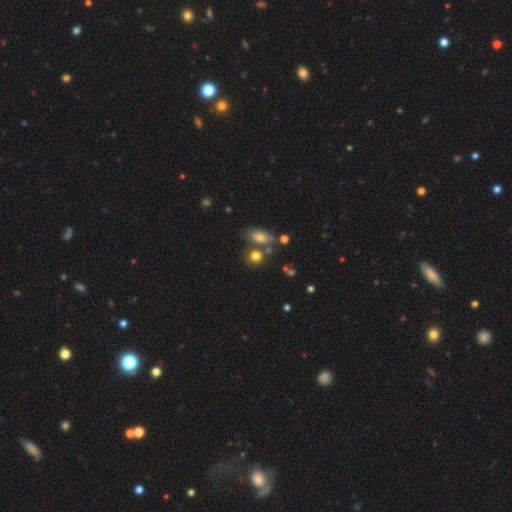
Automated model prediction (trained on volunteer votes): This appears to be a smooth galaxy with no disk features (78%) that is round (69%). Merging: none (63%).